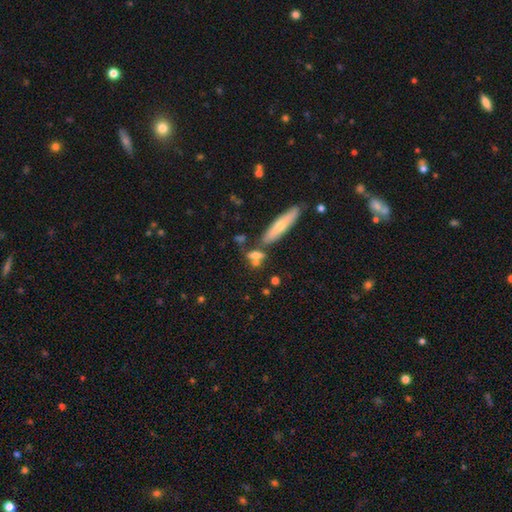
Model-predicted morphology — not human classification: Smooth or featured?
  - smooth: 64% *
  - featured or disk: 23%
  - star or artifact: 12%
How rounded?
  - cigar-shaped: 44% *
  - in between: 41%
  - round: 14%
Merging?
  - none: 55% *
  - merger: 27%
  - minor disturbance: 12%
  - major disturbance: 5%